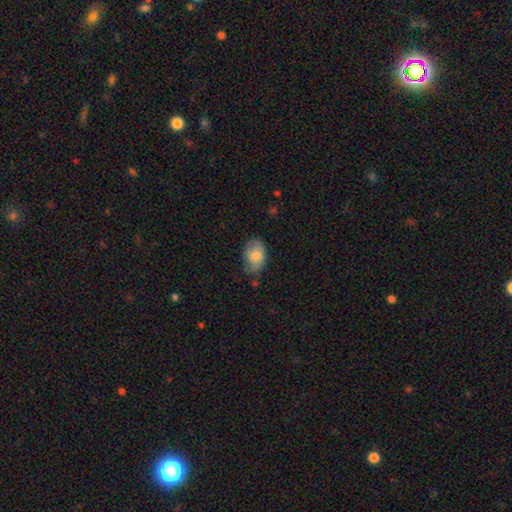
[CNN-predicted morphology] Smooth or featured? Predicted: smooth (p=0.78). How rounded? Predicted: in between (p=0.84). Merging? Predicted: none (p=0.57).